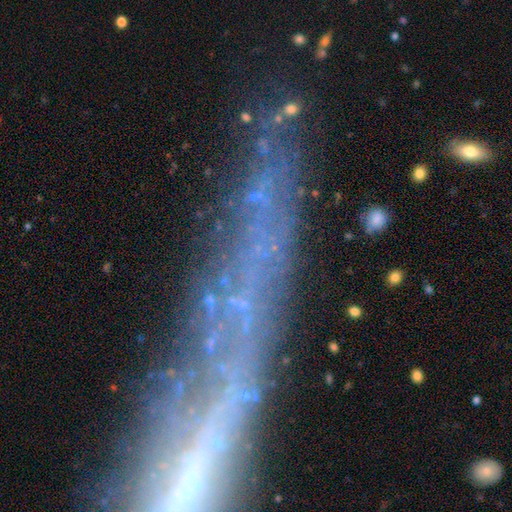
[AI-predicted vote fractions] smooth_or_featured: featured or disk (p=0.43) [alt: star or artifact p=0.35]
merging: none (p=0.63) [alt: minor disturbance p=0.17]